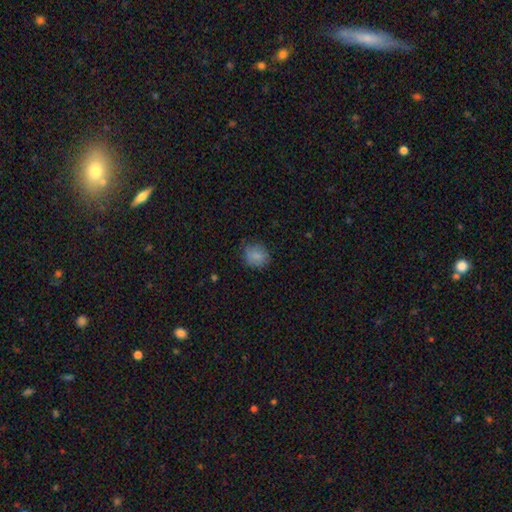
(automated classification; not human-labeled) A smooth galaxy with no disk features (84%) that is round (69%).

Vote fractions:
- Smooth or featured? smooth: 84% / star or artifact: 10% / featured or disk: 6%
- How rounded? round: 69% / in between: 30% / cigar-shaped: 1%
- Merging? none: 75% / minor disturbance: 19% / major disturbance: 4% / merger: 1%